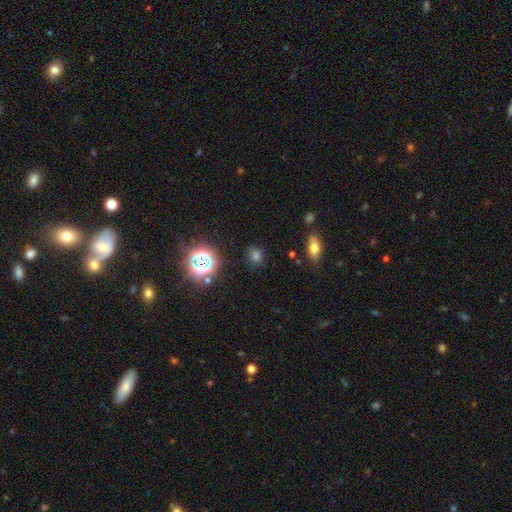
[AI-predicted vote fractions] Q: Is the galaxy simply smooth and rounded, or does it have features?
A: smooth — 55%.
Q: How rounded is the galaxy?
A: round — 68%.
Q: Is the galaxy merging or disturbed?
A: none — 83%.